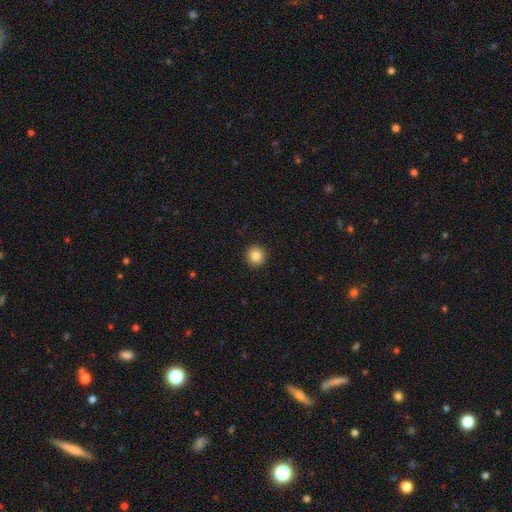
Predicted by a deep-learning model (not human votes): This appears to be a smooth galaxy with no disk features (85%) that is round (95%). Merging: none (93%).